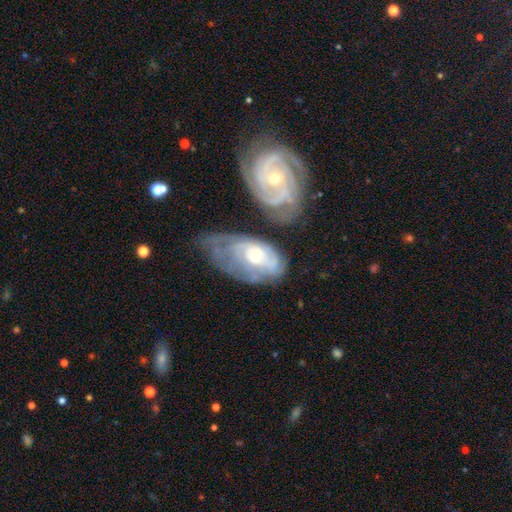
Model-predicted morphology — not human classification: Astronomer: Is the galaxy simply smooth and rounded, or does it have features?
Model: featured or disk — 75%.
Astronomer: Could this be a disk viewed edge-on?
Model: no — 94%.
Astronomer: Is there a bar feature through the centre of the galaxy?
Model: no — 70%.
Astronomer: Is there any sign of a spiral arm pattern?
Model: yes — 85%.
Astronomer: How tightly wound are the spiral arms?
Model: tight — 64%.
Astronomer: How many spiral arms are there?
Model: can't tell — 50%.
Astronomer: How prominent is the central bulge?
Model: moderate — 56% (runner-up: small, 37%).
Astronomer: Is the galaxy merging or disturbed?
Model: none — 37% (runner-up: merger, 26%).